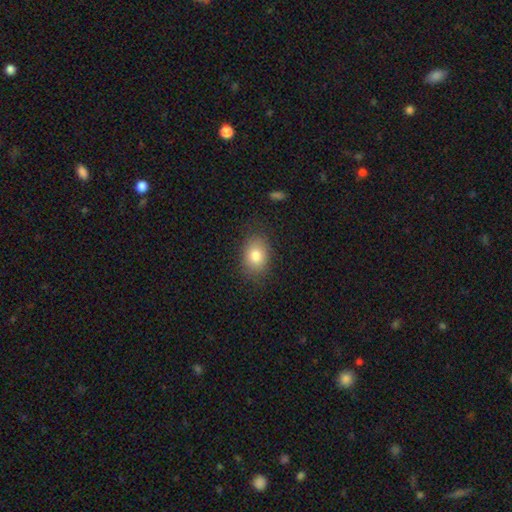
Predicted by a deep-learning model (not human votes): smooth 80%, featured or disk 10%, star or artifact 10%. Down the decision tree: how rounded — in between (66%); merging — none (82%).